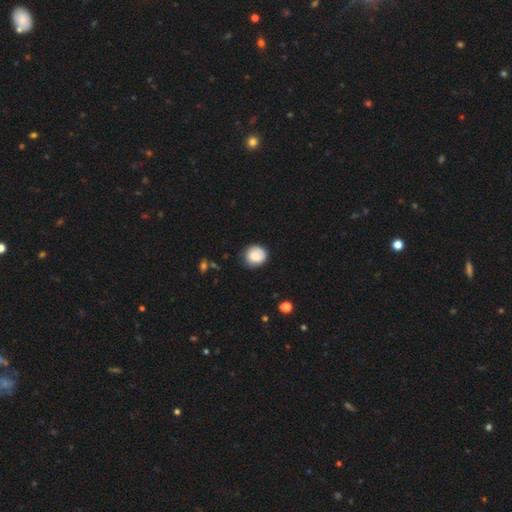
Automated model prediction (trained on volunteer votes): Overall: smooth (82%). How rounded: round (85%). Merging: none (75%).